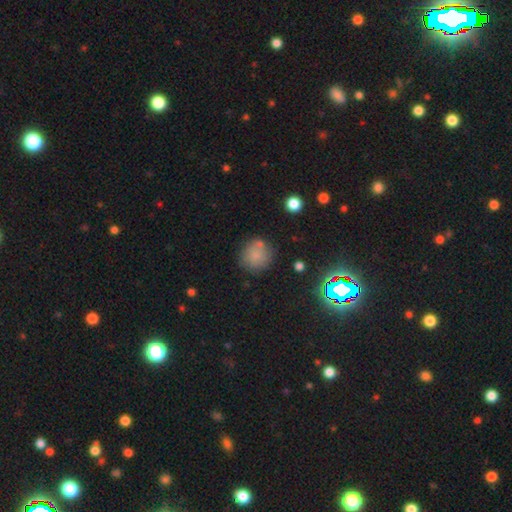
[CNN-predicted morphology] A smooth galaxy with no disk features (78%) that is round (88%). Merging: none (70%).